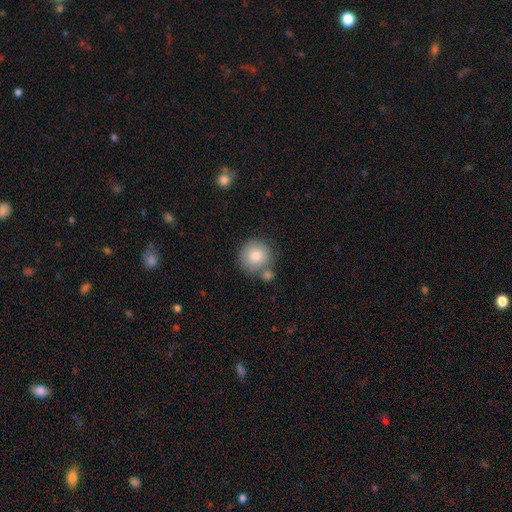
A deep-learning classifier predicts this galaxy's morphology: The model was most divided on "merging": none: 66%, merger: 19%, minor disturbance: 11%, major disturbance: 3%. More confident: how rounded — round (94%); smooth or featured — smooth (80%).